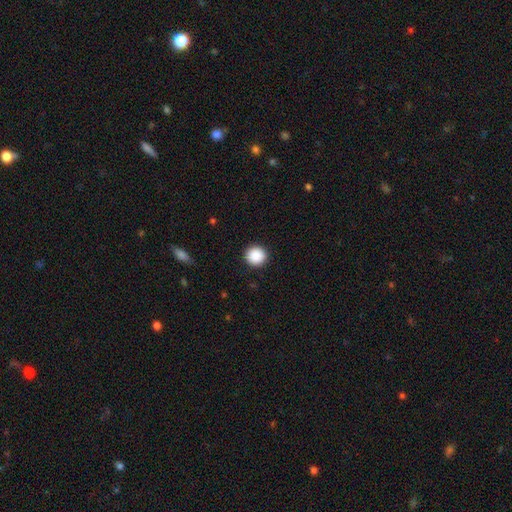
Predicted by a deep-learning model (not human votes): The model was most divided on "smooth or featured": smooth: 89%, star or artifact: 8%, featured or disk: 3%. More confident: how rounded — round (92%); merging — none (91%).